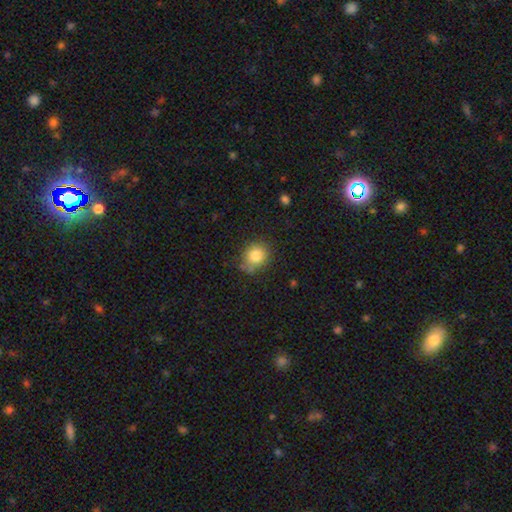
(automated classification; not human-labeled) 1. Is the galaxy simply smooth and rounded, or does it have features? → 81% smooth, 11% star or artifact, 8% featured or disk.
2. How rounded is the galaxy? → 78% round, 21% in between, 1% cigar-shaped.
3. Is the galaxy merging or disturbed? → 74% none, 17% minor disturbance, 4% merger, 4% major disturbance.